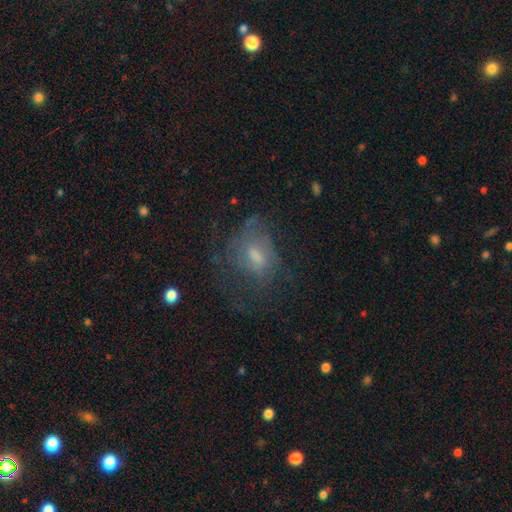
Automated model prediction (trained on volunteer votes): Smooth or featured? Predicted: featured or disk (p=0.47). Merging? Predicted: none (p=0.46).